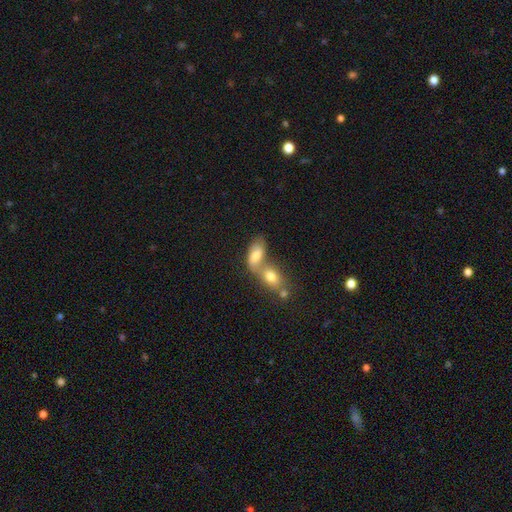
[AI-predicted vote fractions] smooth 73%, featured or disk 17%, star or artifact 9%. Down the decision tree: how rounded — in between (88%); merging — merger (63%).